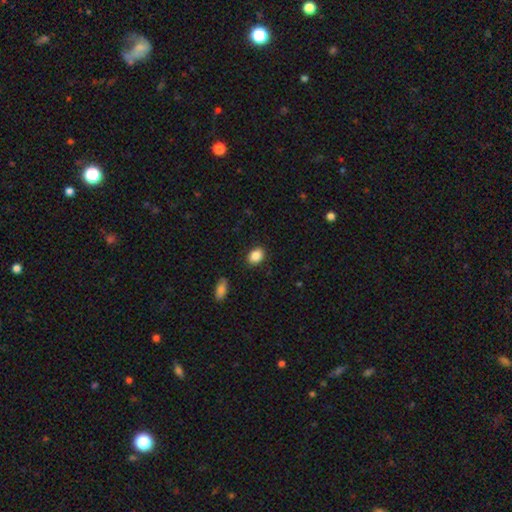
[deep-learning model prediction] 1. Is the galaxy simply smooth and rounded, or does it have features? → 87% smooth, 8% star or artifact, 5% featured or disk.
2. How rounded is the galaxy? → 73% in between, 26% round, 1% cigar-shaped.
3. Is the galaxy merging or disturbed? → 87% none, 9% minor disturbance, 2% major disturbance, 2% merger.